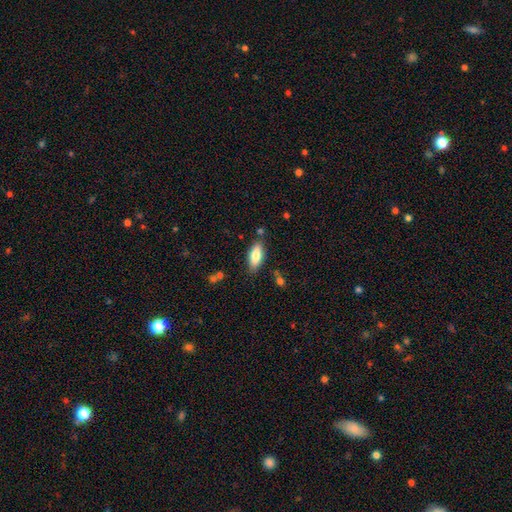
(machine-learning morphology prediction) A smooth galaxy with no disk features (80%) that is in between round and cigar-shaped (81%).

Vote fractions:
- Smooth or featured? smooth: 80% / featured or disk: 14% / star or artifact: 7%
- How rounded? in between: 81% / cigar-shaped: 16% / round: 2%
- Merging? none: 81% / minor disturbance: 13% / merger: 3% / major disturbance: 3%